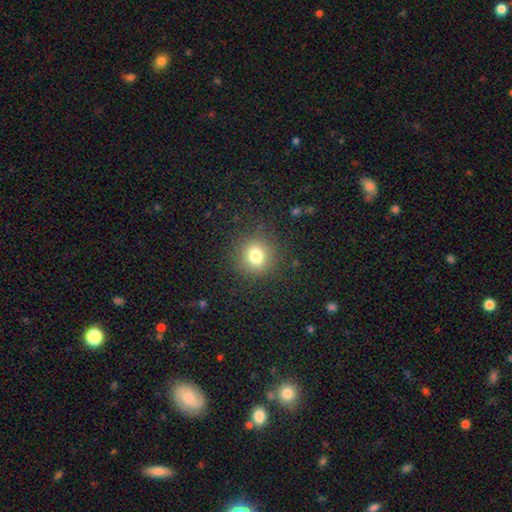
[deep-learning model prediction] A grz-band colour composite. It shows a smooth galaxy with no disk features (79%) that is round (89%). Merging: none (87%).